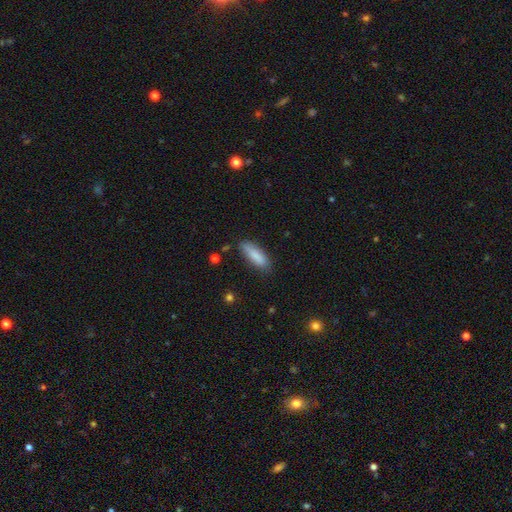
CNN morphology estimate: This is clearly a smooth galaxy (86%). How rounded: possibly in between (51%). Merging: clearly none (81%).